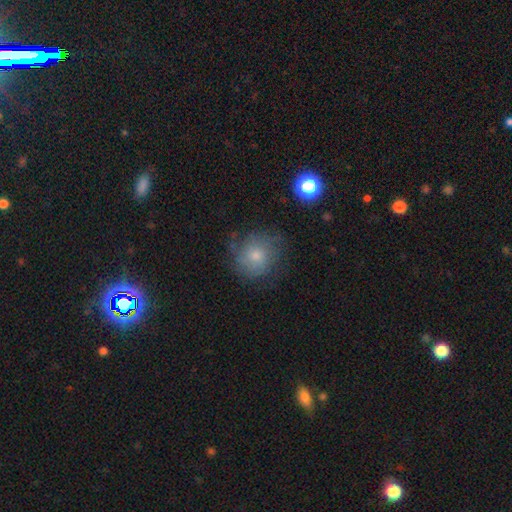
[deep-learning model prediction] A smooth galaxy with no disk features (65%) that is round (87%).

Vote fractions:
- Smooth or featured? smooth: 65% / featured or disk: 24% / star or artifact: 11%
- How rounded? round: 87% / in between: 12% / cigar-shaped: 1%
- Merging? none: 68% / minor disturbance: 21% / major disturbance: 9% / merger: 2%